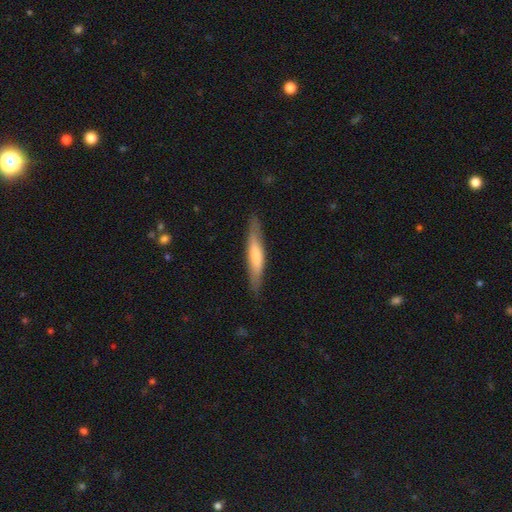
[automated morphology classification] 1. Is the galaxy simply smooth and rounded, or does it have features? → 61% smooth, 34% featured or disk, 5% star or artifact.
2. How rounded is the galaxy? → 87% cigar-shaped, 12% in between, 1% round.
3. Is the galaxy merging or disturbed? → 86% none, 11% minor disturbance, 2% major disturbance, 1% merger.